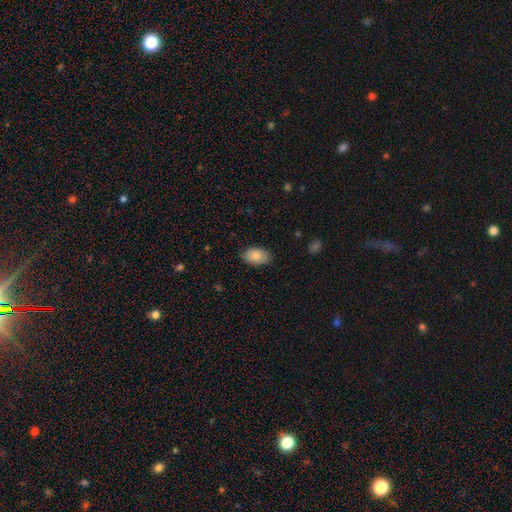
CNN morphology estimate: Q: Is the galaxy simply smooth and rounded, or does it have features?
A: smooth — 84%.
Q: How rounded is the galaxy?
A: in between — 91%.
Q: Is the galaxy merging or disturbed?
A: none — 83%.